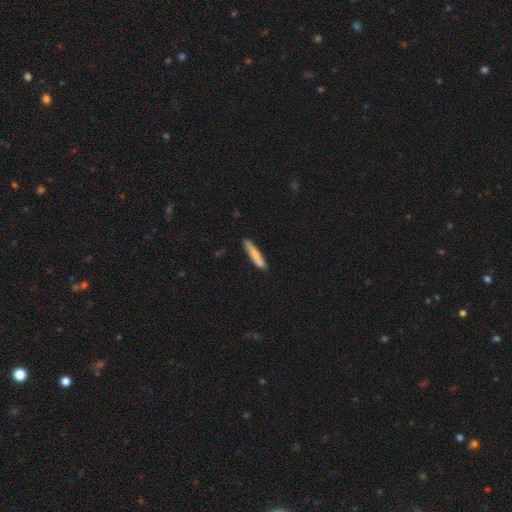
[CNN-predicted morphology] This is likely a smooth galaxy (78%). How rounded: clearly cigar-shaped (91%). Merging: clearly none (80%).